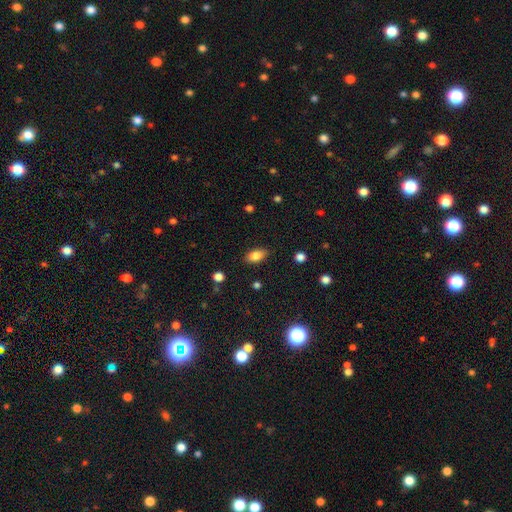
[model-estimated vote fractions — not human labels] Q: Smooth or featured?
A: smooth (83%); runner-up: star or artifact (9%)
Q: How rounded?
A: in between (90%); runner-up: round (6%)
Q: Merging?
A: none (85%); runner-up: minor disturbance (11%)